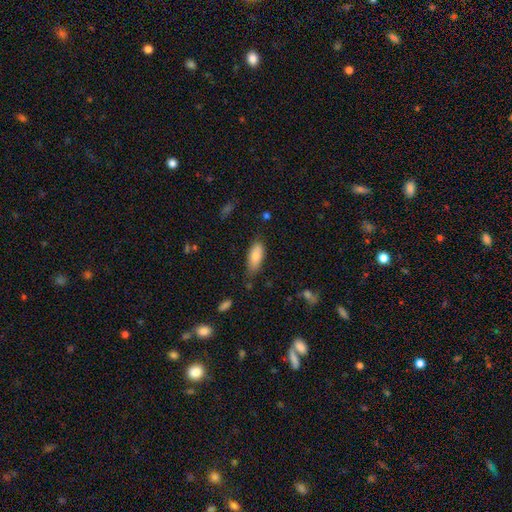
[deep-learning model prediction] smooth_or_featured: smooth (p=0.80) [alt: featured or disk p=0.14]
how_rounded: in between (p=0.81) [alt: cigar-shaped p=0.16]
merging: none (p=0.68) [alt: minor disturbance p=0.24]